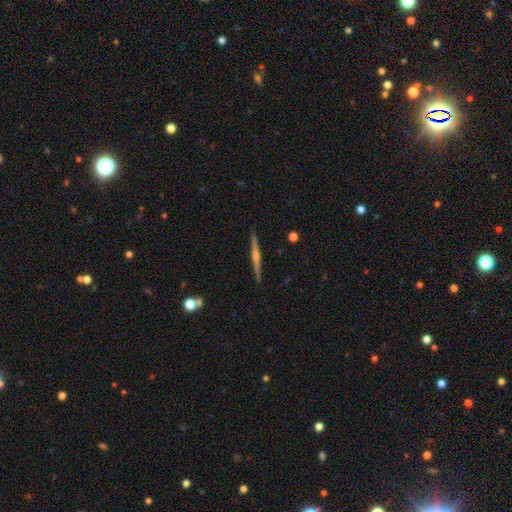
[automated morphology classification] A featured or disk galaxy (76%) viewed edge-on (98%) with a rounded central bulge (75%). Merging: none (92%).